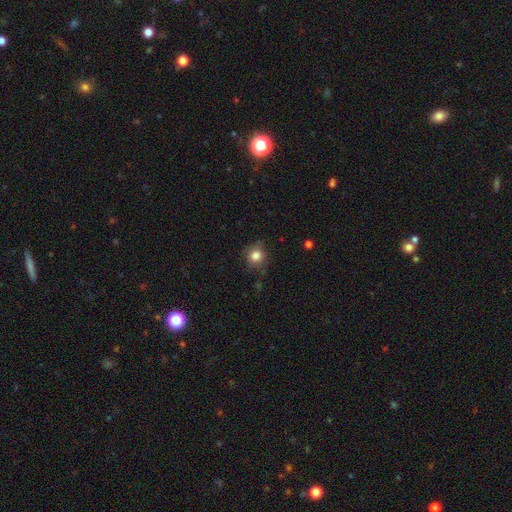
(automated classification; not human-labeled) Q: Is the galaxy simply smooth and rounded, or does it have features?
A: smooth — 82%.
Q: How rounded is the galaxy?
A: round — 87%.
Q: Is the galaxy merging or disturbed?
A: none — 78%.